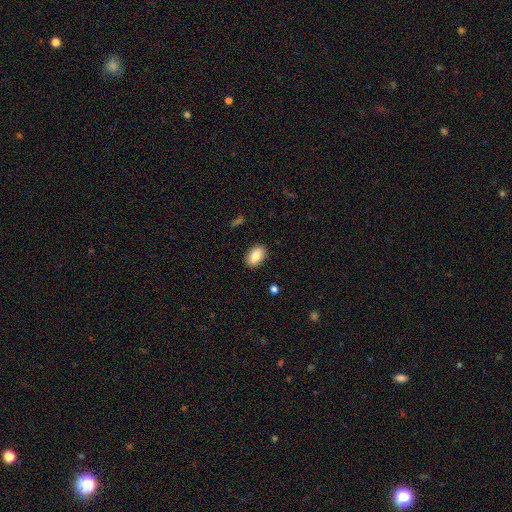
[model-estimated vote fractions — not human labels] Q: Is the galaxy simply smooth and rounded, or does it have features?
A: smooth — 81%.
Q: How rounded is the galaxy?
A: in between — 89%.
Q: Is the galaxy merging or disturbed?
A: none — 87%.